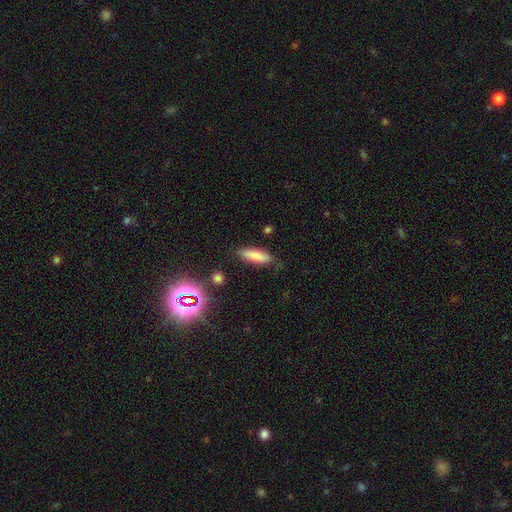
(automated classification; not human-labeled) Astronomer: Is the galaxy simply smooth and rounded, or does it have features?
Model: smooth — 81%.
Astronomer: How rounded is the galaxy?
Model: cigar-shaped — 51% (runner-up: in between, 46%).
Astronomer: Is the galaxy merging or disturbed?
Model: none — 79%.